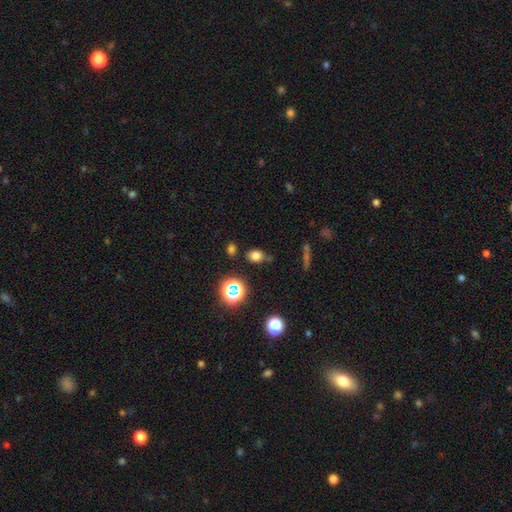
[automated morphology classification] Q: Smooth or featured?
A: smooth (72%); runner-up: star or artifact (20%)
Q: How rounded?
A: in between (60%); runner-up: round (38%)
Q: Merging?
A: none (71%); runner-up: minor disturbance (17%)